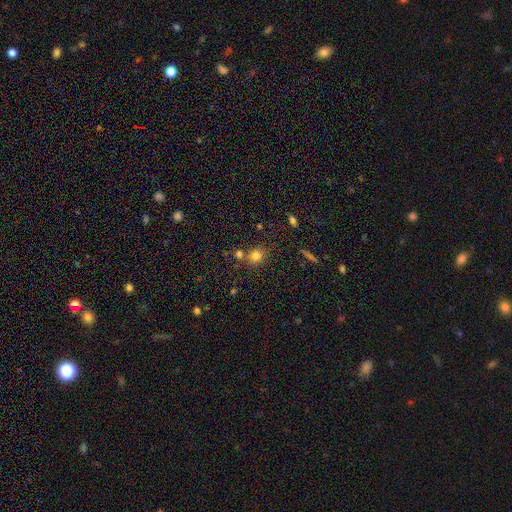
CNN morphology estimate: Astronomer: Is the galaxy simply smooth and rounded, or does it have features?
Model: smooth — 78%.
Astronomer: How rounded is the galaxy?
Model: round — 76%.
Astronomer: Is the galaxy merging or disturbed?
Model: none — 67%.